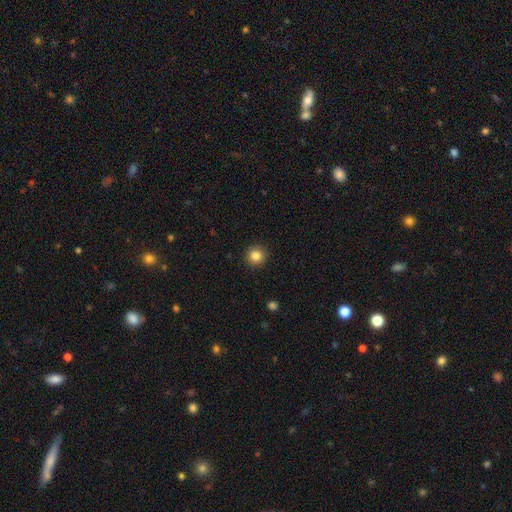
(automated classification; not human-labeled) Overall: smooth (84%). How rounded: round (94%). Merging: none (92%).